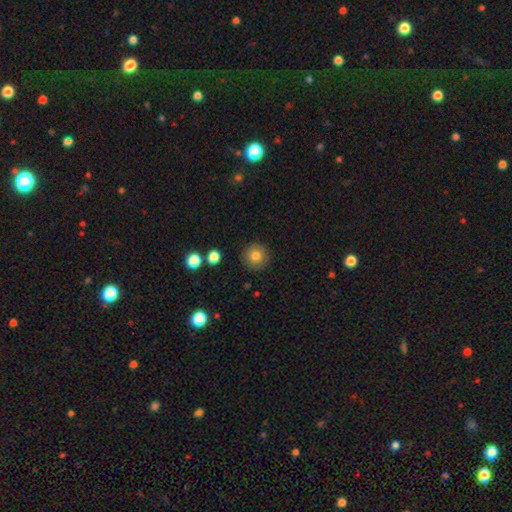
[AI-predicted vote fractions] This appears to be a smooth galaxy with no disk features (81%) that is round (95%). Merging: none (89%).